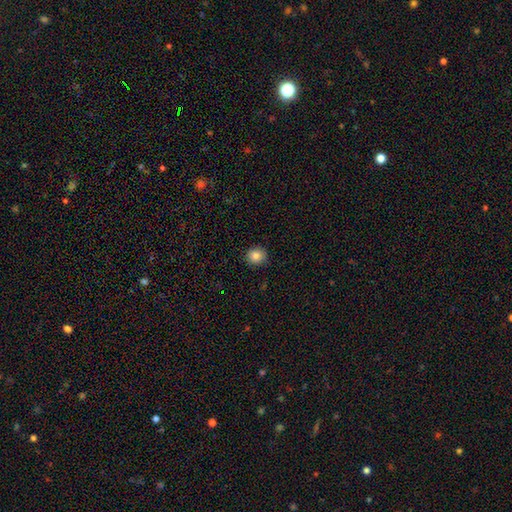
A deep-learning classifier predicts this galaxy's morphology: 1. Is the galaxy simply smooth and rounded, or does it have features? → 84% smooth, 10% star or artifact, 6% featured or disk.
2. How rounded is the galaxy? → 91% round, 8% in between, 1% cigar-shaped.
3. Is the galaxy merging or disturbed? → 90% none, 7% minor disturbance, 2% major disturbance, 1% merger.